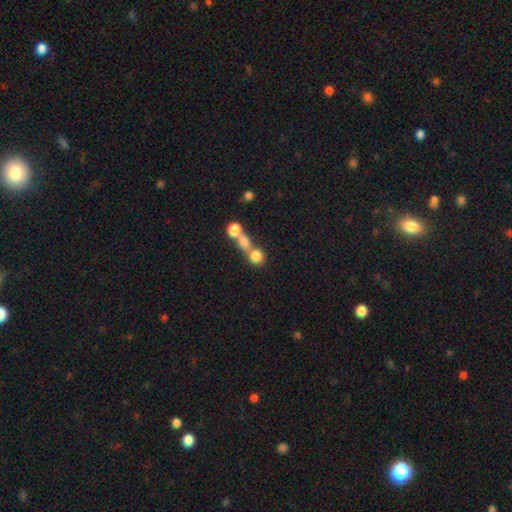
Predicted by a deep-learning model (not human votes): smooth_or_featured: smooth (p=0.76) [alt: star or artifact p=0.13]
how_rounded: round (p=0.82) [alt: in between p=0.16]
merging: merger (p=0.55) [alt: none p=0.35]